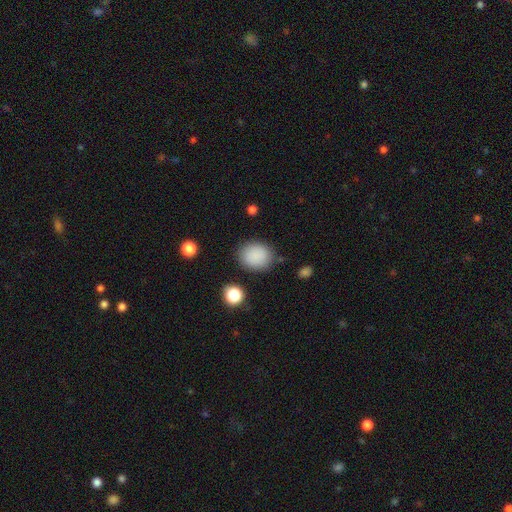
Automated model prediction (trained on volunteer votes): This appears to be a smooth galaxy with no disk features (87%) that is round (65%). Merging: none (84%).